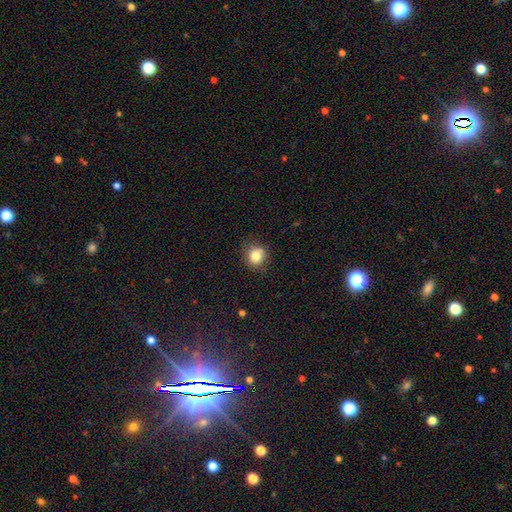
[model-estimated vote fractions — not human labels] smooth-or-featured: smooth: 82% | star or artifact: 11% | featured or disk: 7%
  how-rounded: round: 80% | in between: 20% | cigar-shaped: 1%
  merging: none: 78% | minor disturbance: 16% | major disturbance: 4% | merger: 3%